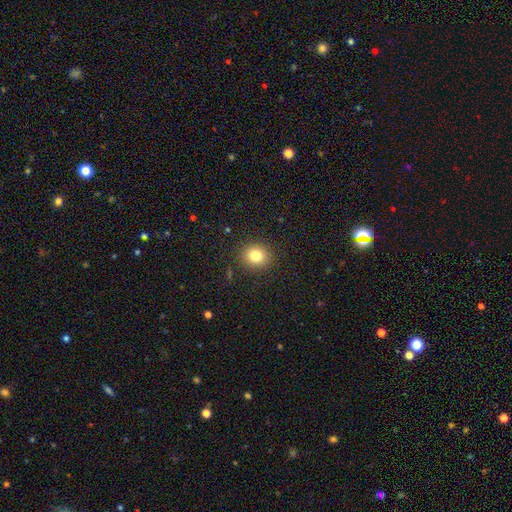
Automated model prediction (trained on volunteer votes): smooth-or-featured: smooth: 81% | star or artifact: 12% | featured or disk: 8%
  how-rounded: round: 79% | in between: 20% | cigar-shaped: 1%
  merging: none: 89% | minor disturbance: 7% | major disturbance: 3% | merger: 1%